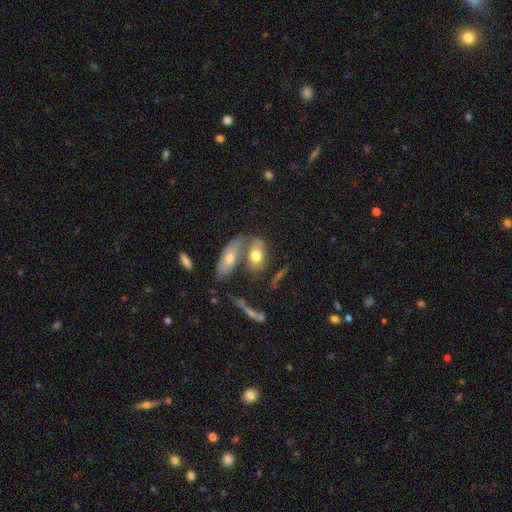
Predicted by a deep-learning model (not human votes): Smooth or featured? Predicted: smooth (p=0.68). How rounded? Predicted: in between (p=0.79). Merging? Predicted: none (p=0.41).